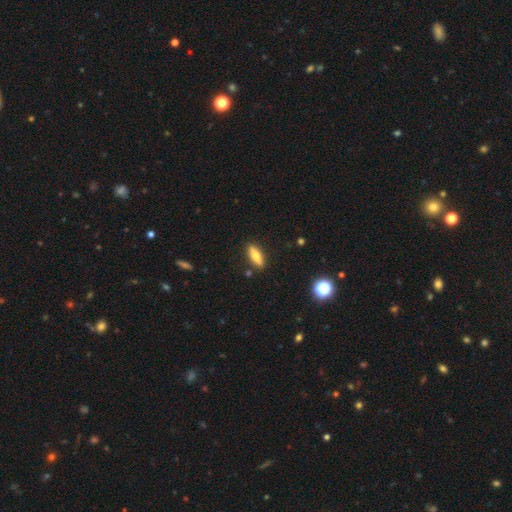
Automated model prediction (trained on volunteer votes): Smooth or featured? Predicted: smooth (p=0.69). How rounded? Predicted: cigar-shaped (p=0.53). Merging? Predicted: none (p=0.86).